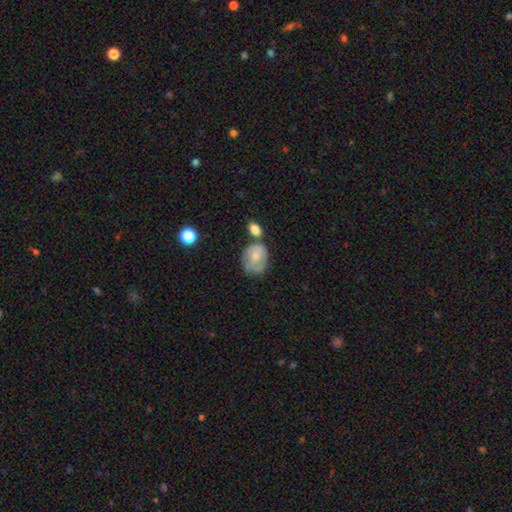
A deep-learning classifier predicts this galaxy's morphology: Smooth or featured?
  - smooth: 63% *
  - featured or disk: 29%
  - star or artifact: 7%
How rounded?
  - round: 53% *
  - in between: 46%
  - cigar-shaped: 1%
Merging?
  - none: 41% *
  - minor disturbance: 28%
  - merger: 20%
  - major disturbance: 12%